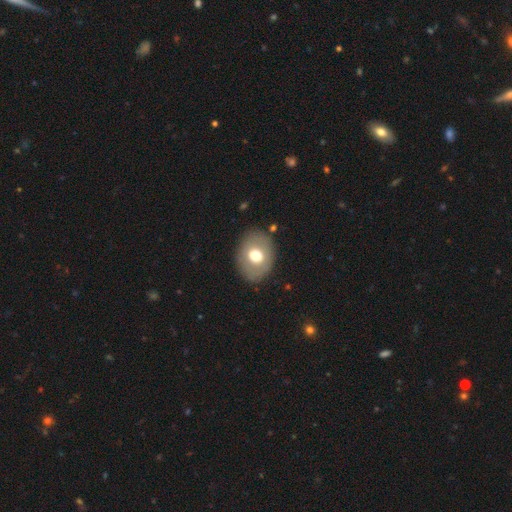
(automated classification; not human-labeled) smooth_or_featured: smooth (p=0.63) [alt: featured or disk p=0.29]
how_rounded: in between (p=0.59) [alt: round p=0.40]
merging: none (p=0.83) [alt: minor disturbance p=0.11]